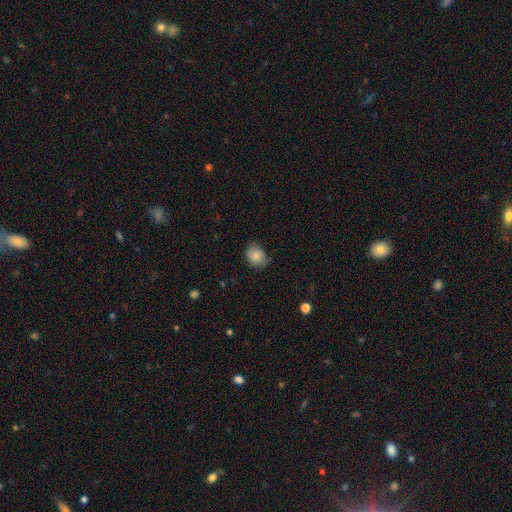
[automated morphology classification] This is clearly a smooth galaxy (81%). How rounded: possibly in between (50%). Merging: likely none (69%).